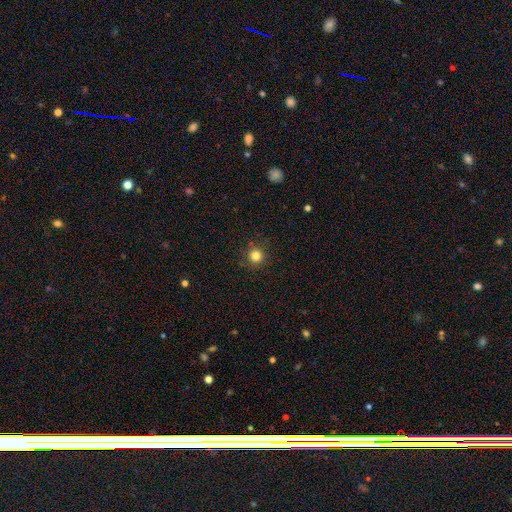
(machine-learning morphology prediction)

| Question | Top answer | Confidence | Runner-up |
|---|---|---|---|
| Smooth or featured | smooth | 81% | star or artifact (14%) |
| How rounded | round | 95% | in between (4%) |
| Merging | none | 90% | minor disturbance (7%) |